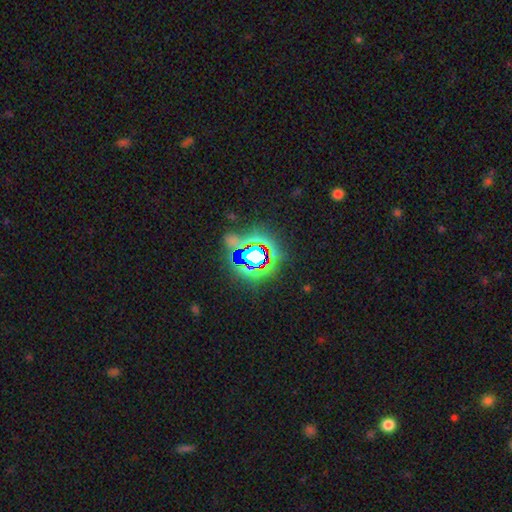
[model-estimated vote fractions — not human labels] Q: Smooth or featured?
A: star or artifact (78%); runner-up: smooth (12%)